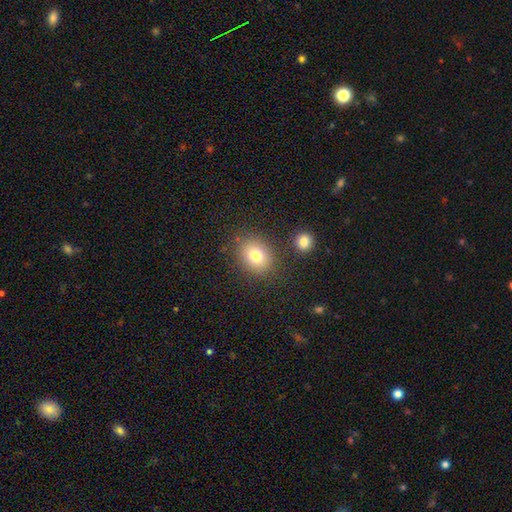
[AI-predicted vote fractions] Overall: smooth (78%). How rounded: round (56%; in between 43%). Merging: none (80%).